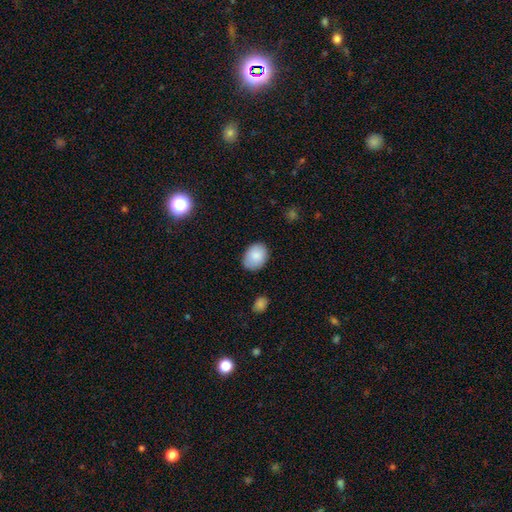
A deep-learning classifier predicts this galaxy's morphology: Smooth or featured: smooth — 87% (star or artifact — 7%)
How rounded: in between — 71% (round — 28%)
Merging: none — 80% (minor disturbance — 15%)